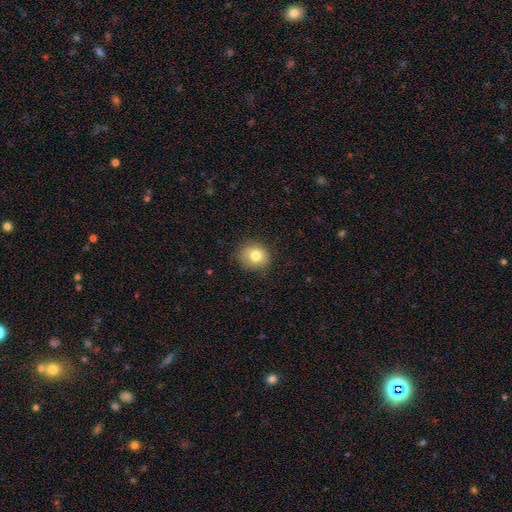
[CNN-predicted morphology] Overall: smooth (79%). How rounded: round (78%). Merging: none (84%).